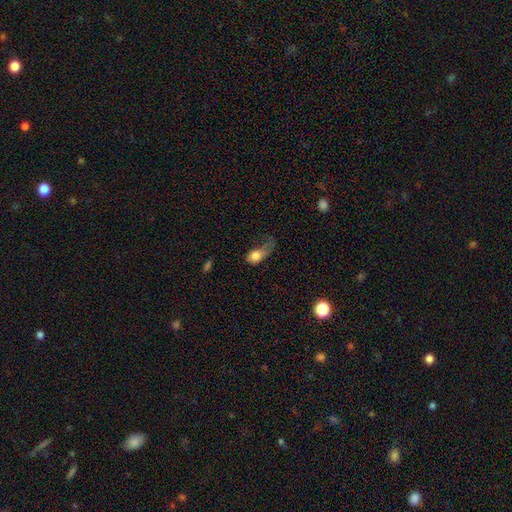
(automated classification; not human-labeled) Smooth or featured? smooth (73%)
How rounded? in between (78%)
Merging? major disturbance (59%)